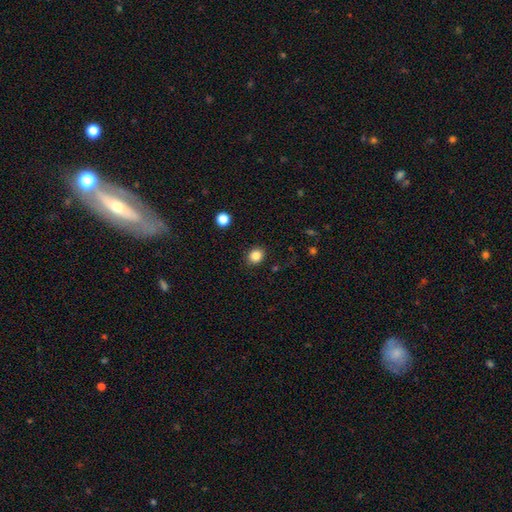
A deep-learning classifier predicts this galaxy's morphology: Smooth or featured? smooth (85%)
How rounded? round (71%)
Merging? none (89%)